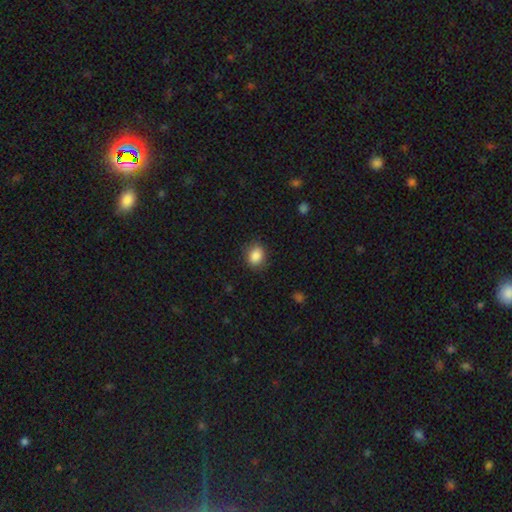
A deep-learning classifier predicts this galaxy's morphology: The model was most divided on "how rounded": in between: 52%, round: 47%, cigar-shaped: 1%. More confident: smooth or featured — smooth (87%); merging — none (83%).